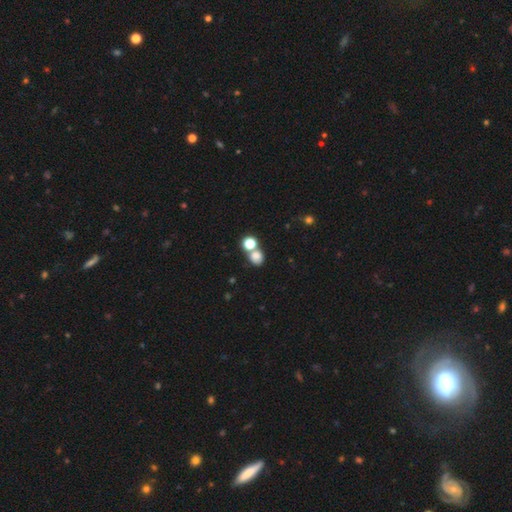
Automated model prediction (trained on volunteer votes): A smooth galaxy with no disk features (77%) that is round (67%). Merging: none (48%).